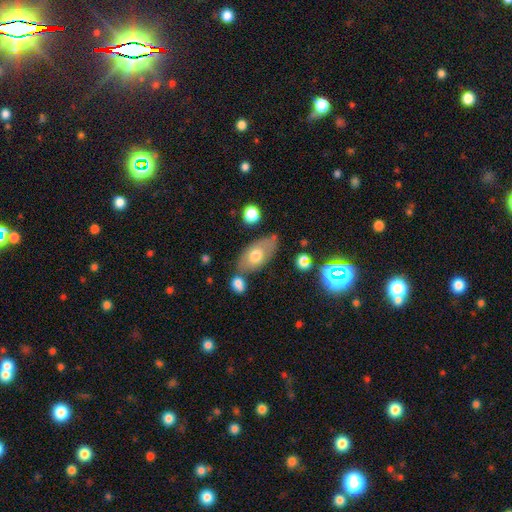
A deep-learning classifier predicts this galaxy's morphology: This appears to be a smooth galaxy with no disk features (64%) that is in between round and cigar-shaped (91%). Merging: none (60%).